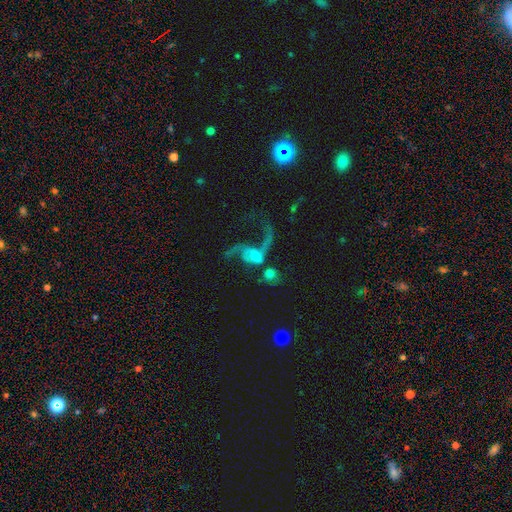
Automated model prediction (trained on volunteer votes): smooth_or_featured: featured or disk (p=0.70) [alt: smooth p=0.20]
disk_edge_on: no (p=0.95) [alt: yes p=0.05]
bar: no (p=0.63) [alt: weak p=0.29]
has_spiral_arms: yes (p=0.78) [alt: no p=0.22]
spiral_winding: loose (p=0.85) [alt: medium p=0.12]
spiral_arm_count: 2 (p=0.54) [alt: 1 p=0.27]
bulge_size: moderate (p=0.50) [alt: small p=0.30]
merging: merger (p=0.37) [alt: major disturbance p=0.35]